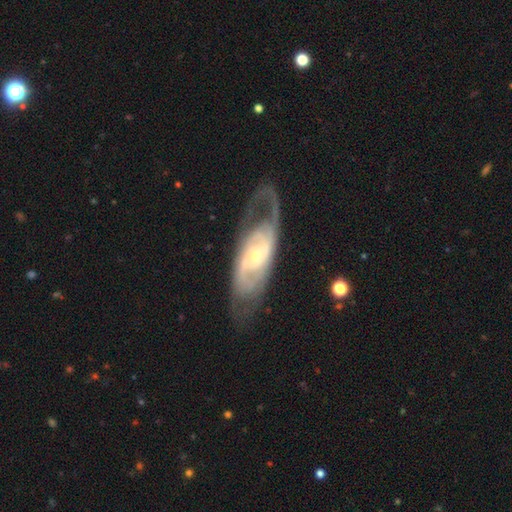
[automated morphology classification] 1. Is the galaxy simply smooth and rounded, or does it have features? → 84% featured or disk, 11% smooth, 5% star or artifact.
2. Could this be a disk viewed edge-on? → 89% no, 11% yes.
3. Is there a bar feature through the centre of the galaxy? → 53% no, 33% weak, 14% strong.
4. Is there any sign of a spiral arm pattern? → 90% yes, 10% no.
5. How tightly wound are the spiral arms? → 43% medium, 37% tight, 20% loose.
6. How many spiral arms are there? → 63% 2, 22% can't tell, 5% 3, 5% 1, 3% 4, 2% more than 4.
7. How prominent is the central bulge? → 69% small, 26% moderate, 2% large, 2% none, 1% dominant.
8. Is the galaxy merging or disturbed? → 64% none, 17% minor disturbance, 17% major disturbance, 2% merger.